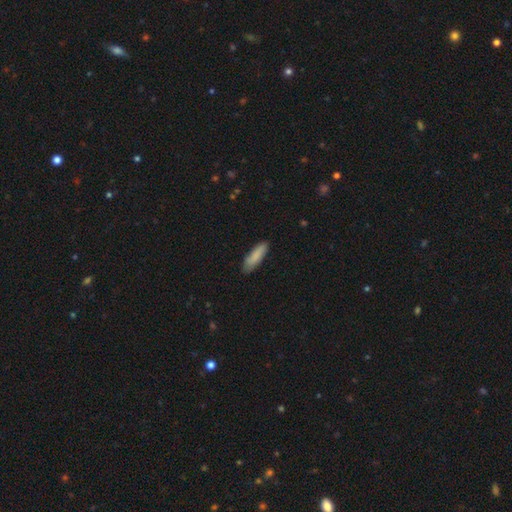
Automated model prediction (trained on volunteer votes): Overall: smooth (85%). How rounded: cigar-shaped (58%; in between 41%). Merging: none (80%).